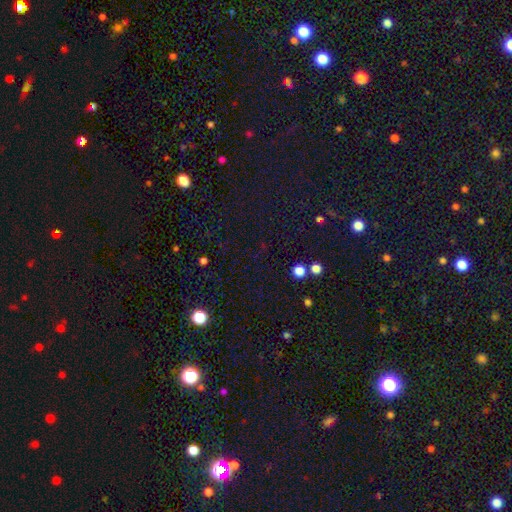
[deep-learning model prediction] smooth-or-featured: star or artifact: 54% | smooth: 39% | featured or disk: 7%